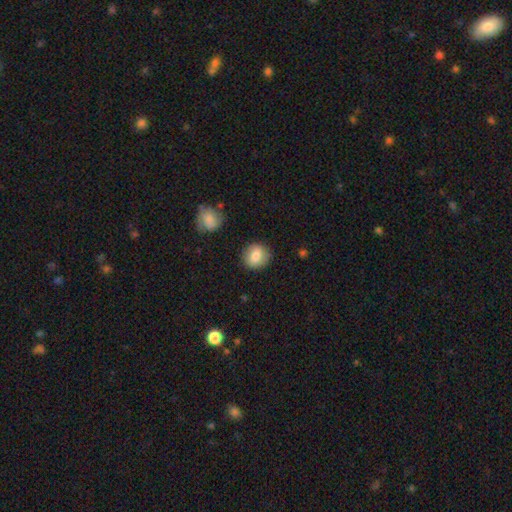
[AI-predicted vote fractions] This is clearly a smooth galaxy (82%). How rounded: likely round (79%). Merging: clearly none (85%).